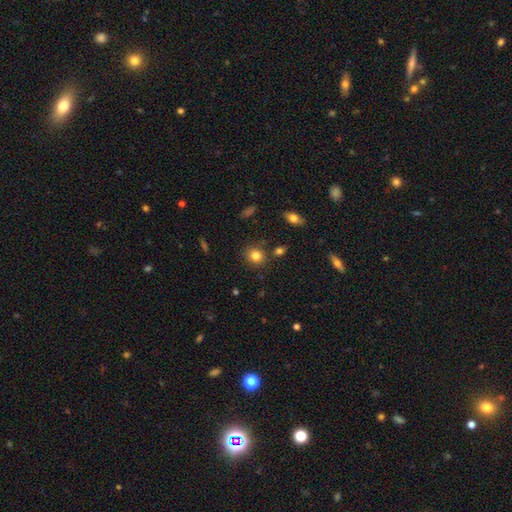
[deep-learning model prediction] Overall: smooth (82%). How rounded: round (76%). Merging: none (83%).